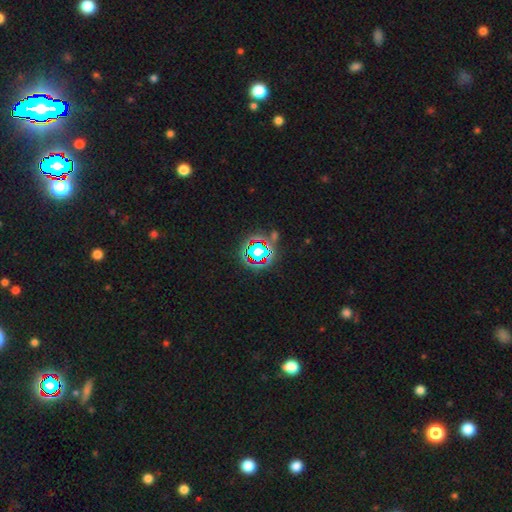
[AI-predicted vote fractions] smooth-or-featured: star or artifact: 74% | smooth: 16% | featured or disk: 10%